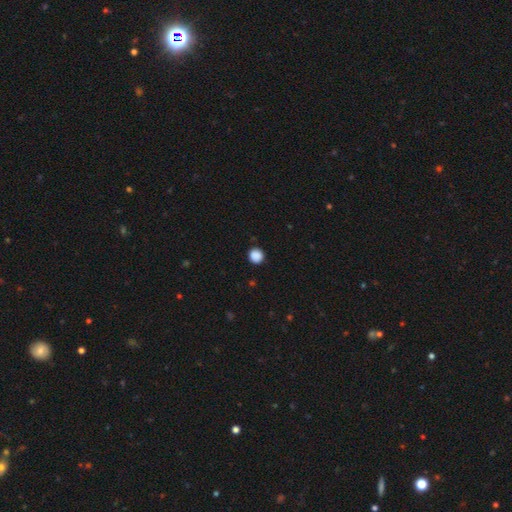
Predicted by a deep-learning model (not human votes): Overall: smooth (88%). How rounded: round (92%). Merging: none (90%).